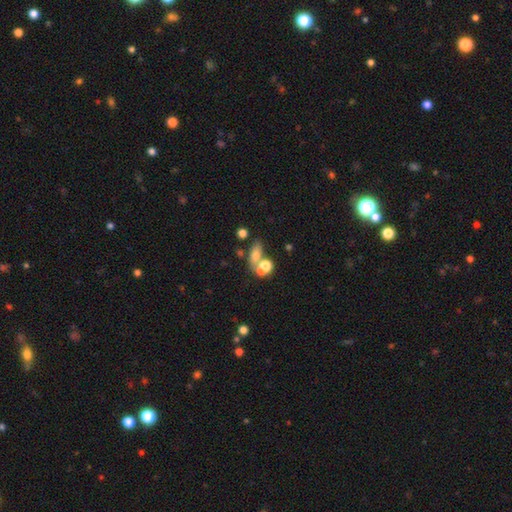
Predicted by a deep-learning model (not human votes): A smooth galaxy with no disk features (65%) that is in between round and cigar-shaped (65%). Merging: merger (40%).